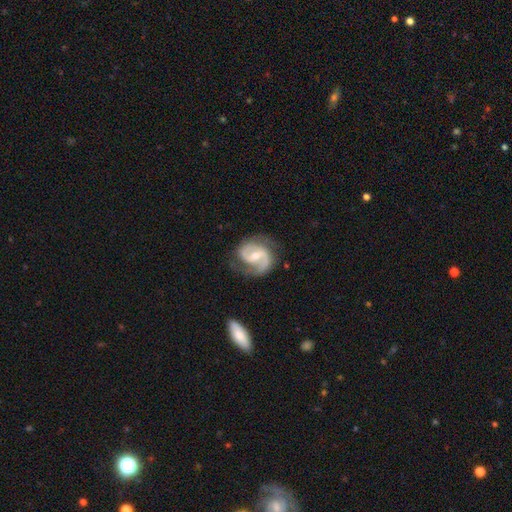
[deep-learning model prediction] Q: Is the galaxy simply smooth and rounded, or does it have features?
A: featured or disk — 89%.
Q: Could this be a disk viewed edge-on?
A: no — 98%.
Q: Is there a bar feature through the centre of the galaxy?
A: weak — 52%.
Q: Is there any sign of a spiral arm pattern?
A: yes — 97%.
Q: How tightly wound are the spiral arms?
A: medium — 56%.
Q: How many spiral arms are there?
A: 2 — 87%.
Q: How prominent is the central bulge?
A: moderate — 54%.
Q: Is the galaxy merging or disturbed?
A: none — 71%.